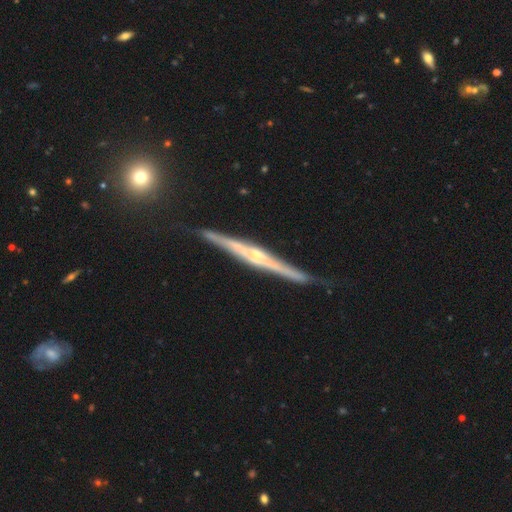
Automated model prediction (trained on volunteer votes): Smooth or featured? featured or disk (85%)
Edge-on disk? yes (98%)
Edge-on bulge? rounded (67%)
Merging? none (84%)